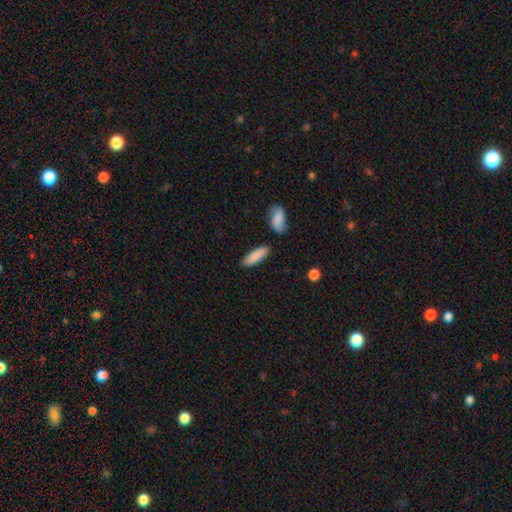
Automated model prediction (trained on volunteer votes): Overall: smooth (87%). How rounded: in between (54%; cigar-shaped 44%). Merging: none (84%).